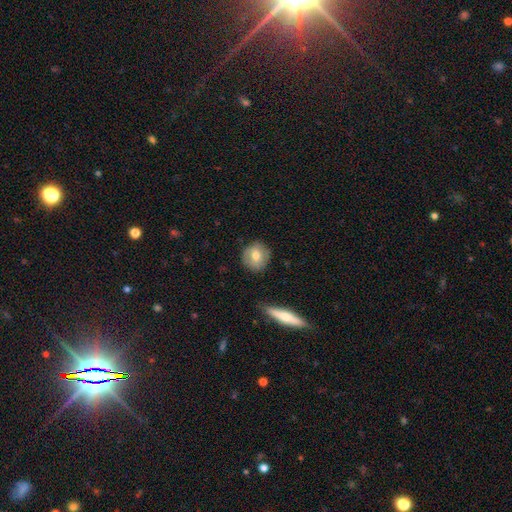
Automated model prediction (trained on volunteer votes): This appears to be a smooth galaxy with no disk features (64%) that is round (84%). Merging: none (78%).